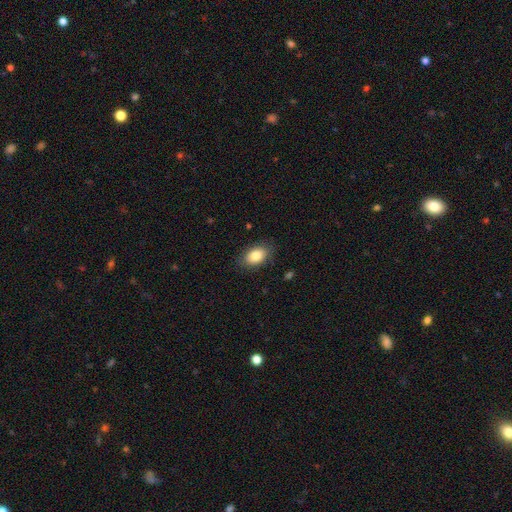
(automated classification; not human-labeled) A smooth galaxy with no disk features (83%) that is in between round and cigar-shaped (87%).

Vote fractions:
- Smooth or featured? smooth: 83% / featured or disk: 9% / star or artifact: 8%
- How rounded? in between: 87% / round: 11% / cigar-shaped: 1%
- Merging? none: 84% / minor disturbance: 12% / major disturbance: 3% / merger: 1%